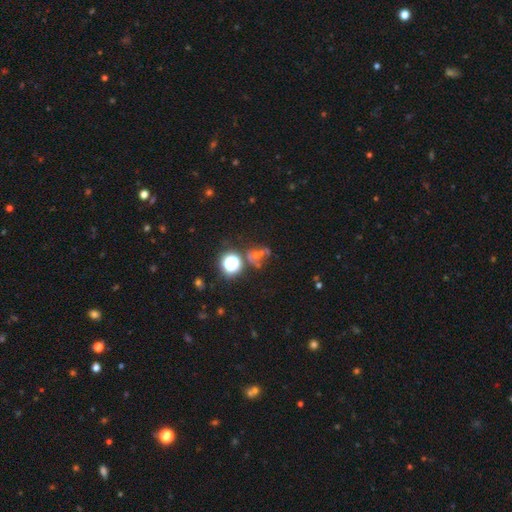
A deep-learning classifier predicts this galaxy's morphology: Overall: star or artifact (62%; smooth 24%).